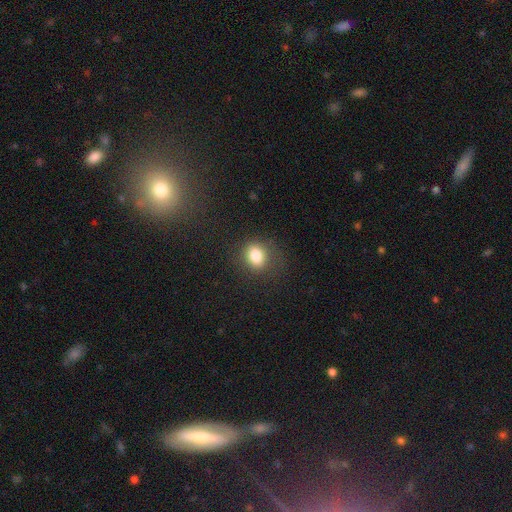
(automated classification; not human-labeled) smooth 82%, star or artifact 11%, featured or disk 7%. Down the decision tree: how rounded — round (58%); merging — none (80%).